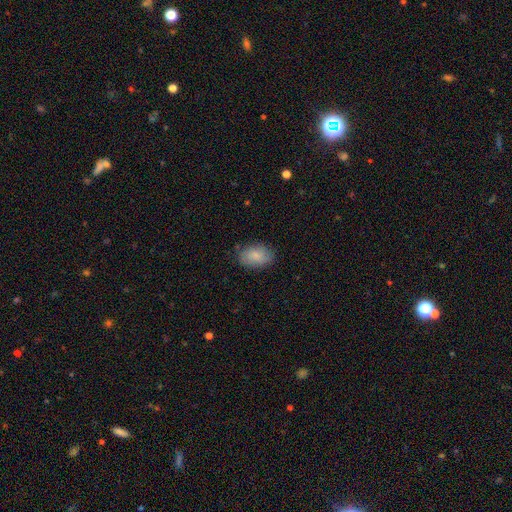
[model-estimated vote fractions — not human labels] A smooth galaxy with no disk features (82%) that is in between round and cigar-shaped (88%).

Vote fractions:
- Smooth or featured? smooth: 82% / featured or disk: 11% / star or artifact: 7%
- How rounded? in between: 88% / round: 10% / cigar-shaped: 1%
- Merging? none: 80% / minor disturbance: 16% / major disturbance: 4% / merger: 1%